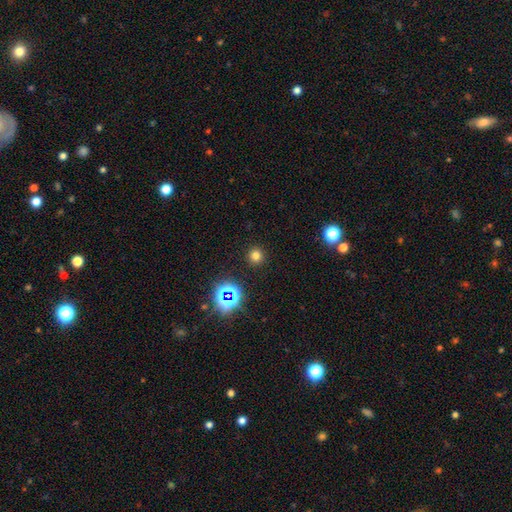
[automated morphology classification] The model was most divided on "smooth or featured": smooth: 72%, star or artifact: 22%, featured or disk: 6%. More confident: how rounded — round (95%); merging — none (92%).